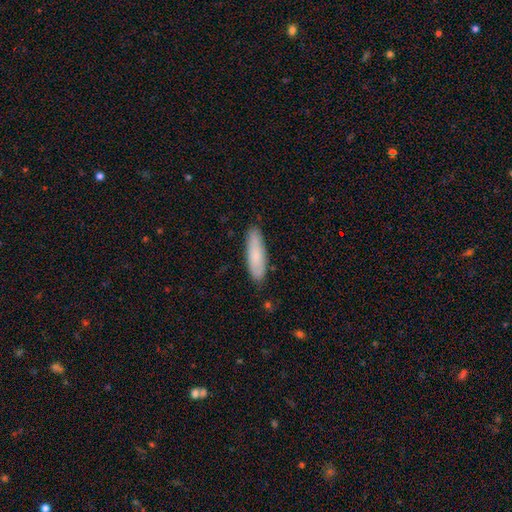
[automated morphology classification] The model was most divided on "how rounded": cigar-shaped: 65%, in between: 34%, round: 1%. More confident: merging — none (85%); smooth or featured — smooth (77%).